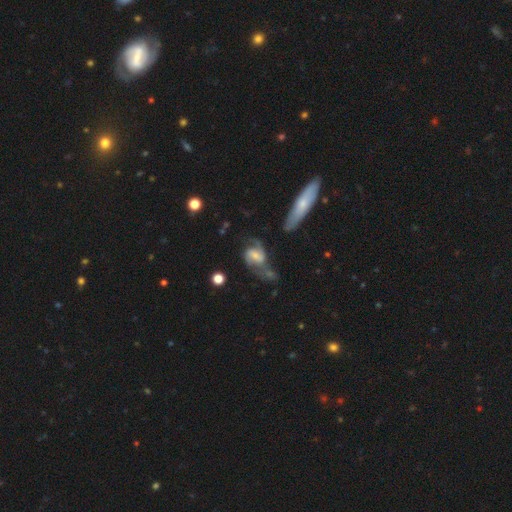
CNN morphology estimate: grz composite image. It shows a featured or disk galaxy (79%) with a weak bar (48%), 2 (87%) medium (48%) spiral arms (93%) and a small central bulge (38%). Merging: none (41%).